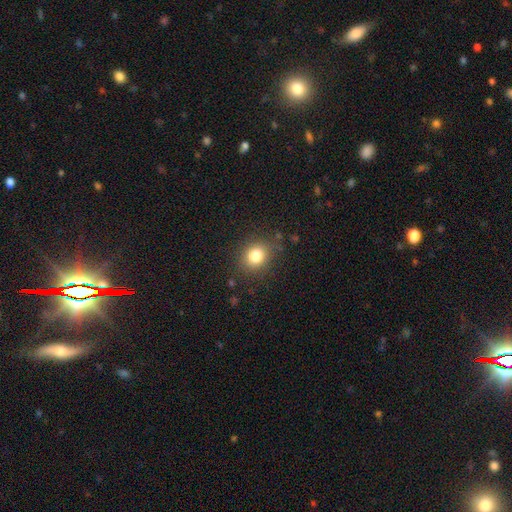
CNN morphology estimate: smooth 81%, star or artifact 12%, featured or disk 7%. Down the decision tree: how rounded — round (69%); merging — none (83%).